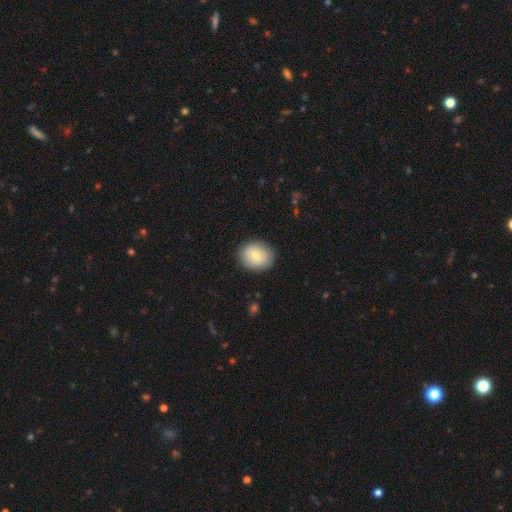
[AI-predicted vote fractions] This appears to be a smooth galaxy with no disk features (78%) that is round (66%). Merging: none (87%).